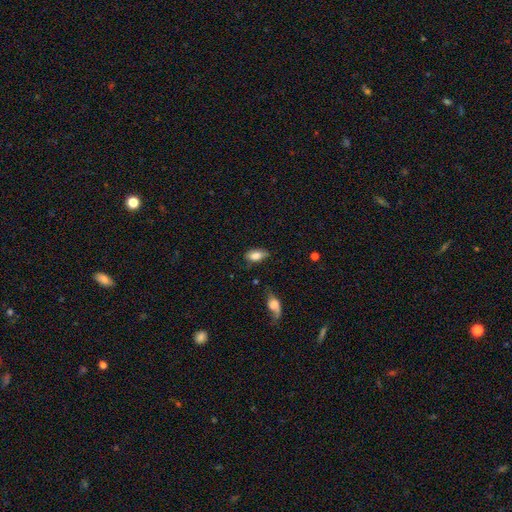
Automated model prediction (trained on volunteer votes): smooth_or_featured: smooth (p=0.80) [alt: featured or disk p=0.12]
how_rounded: in between (p=0.90) [alt: round p=0.06]
merging: none (p=0.66) [alt: minor disturbance p=0.23]